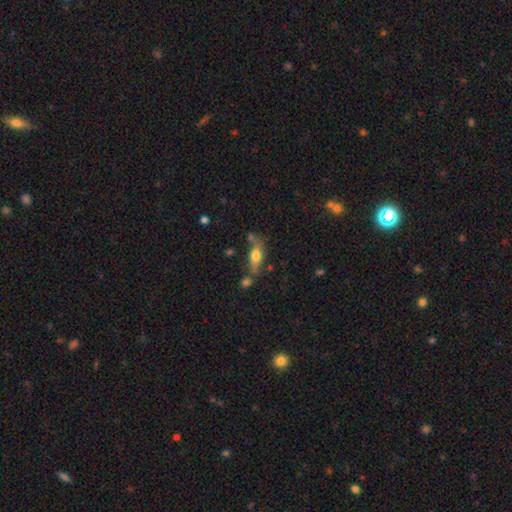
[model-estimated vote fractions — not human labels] Q: Smooth or featured?
A: smooth (63%); runner-up: featured or disk (29%)
Q: How rounded?
A: in between (62%); runner-up: cigar-shaped (34%)
Q: Merging?
A: none (60%); runner-up: minor disturbance (18%)